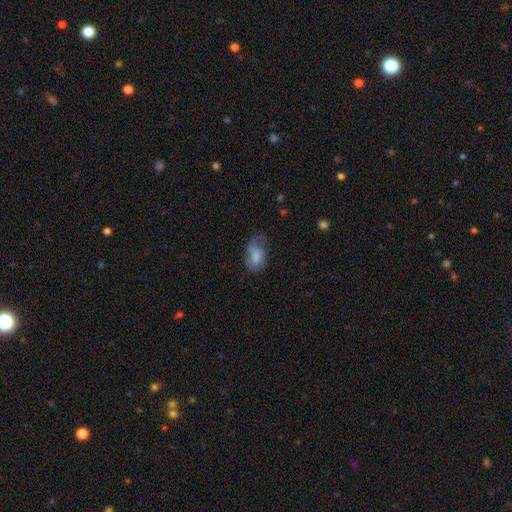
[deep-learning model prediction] smooth_or_featured: smooth (p=0.68) [alt: featured or disk p=0.23]
how_rounded: in between (p=0.89) [alt: round p=0.09]
merging: none (p=0.34) [tied with: minor disturbance p=0.34]